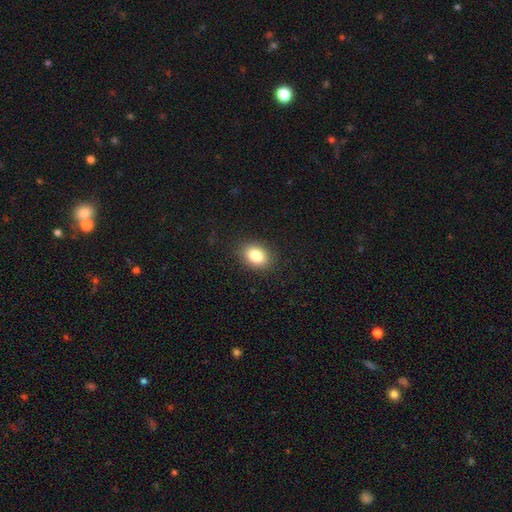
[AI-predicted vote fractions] A smooth galaxy with no disk features (85%) that is in between round and cigar-shaped (71%). Merging: none (88%).